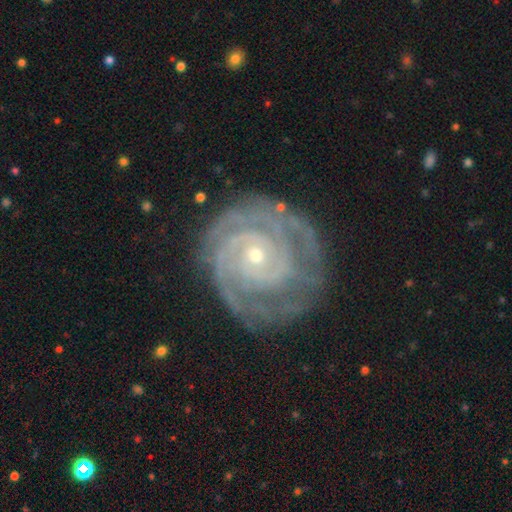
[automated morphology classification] A featured or disk galaxy (90%) with no bar (76%), 2 (28%) tight (81%) spiral arms (98%) and a small central bulge (64%).

Vote fractions:
- Smooth or featured? featured or disk: 90% / star or artifact: 5% / smooth: 5%
- Edge-on disk? no: 97% / yes: 3%
- Bar? no: 76% / weak: 18% / strong: 6%
- Spiral arms? yes: 98% / no: 2%
- Spiral winding? tight: 81% / medium: 16% / loose: 3%
- Spiral arm count? 2: 28% / 3: 24% / can't tell: 20% / 4: 14% / more than 4: 7% / 1: 7%
- Bulge size? small: 64% / moderate: 32% / large: 1% / none: 1% / dominant: 1%
- Merging? none: 75% / minor disturbance: 17% / major disturbance: 7% / merger: 1%